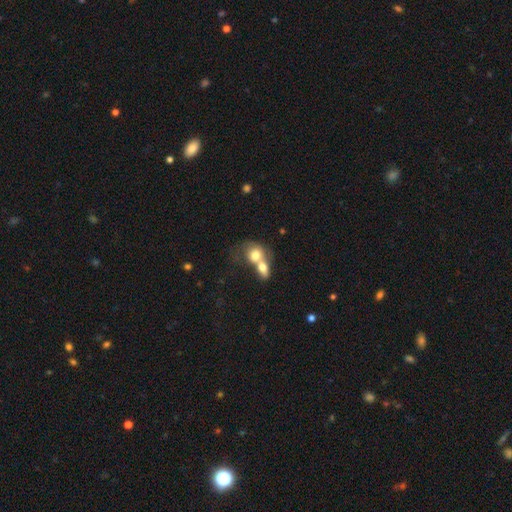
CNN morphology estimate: smooth-or-featured: smooth: 70% | featured or disk: 22% | star or artifact: 8%
  how-rounded: round: 49% (tied) | in between: 49% (tied) | cigar-shaped: 2%
  merging: merger: 78% | none: 12% | minor disturbance: 5% | major disturbance: 5%